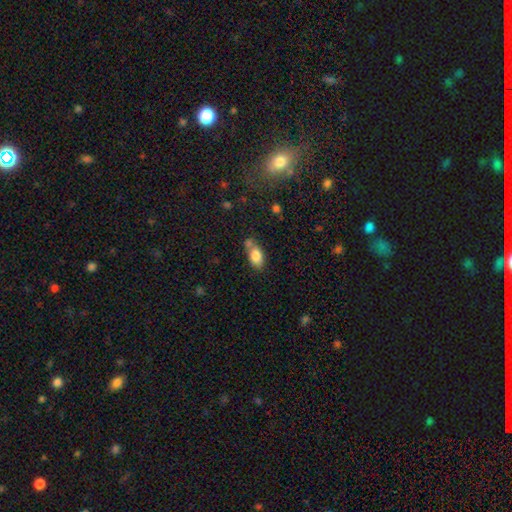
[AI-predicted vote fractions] smooth 81%, featured or disk 11%, star or artifact 8%. Down the decision tree: how rounded — in between (88%); merging — none (50%).